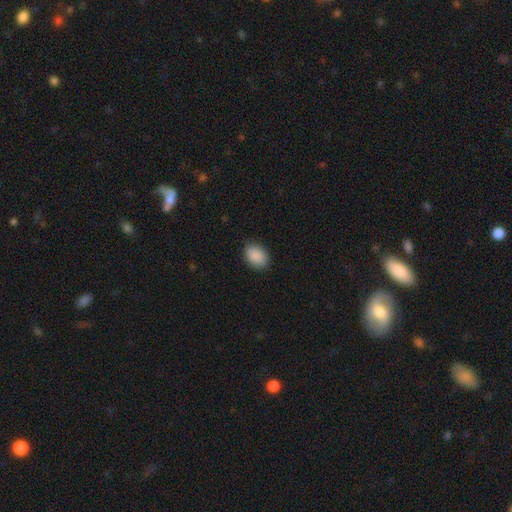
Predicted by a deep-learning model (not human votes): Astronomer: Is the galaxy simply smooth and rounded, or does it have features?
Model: smooth — 90%.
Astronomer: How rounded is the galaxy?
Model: in between — 79%.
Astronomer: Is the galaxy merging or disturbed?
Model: none — 84%.